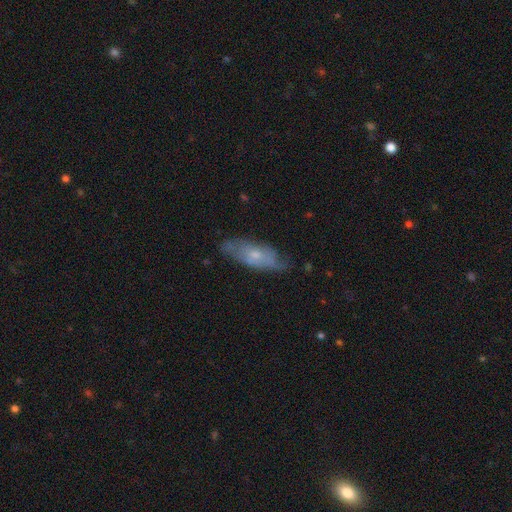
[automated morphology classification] type=smooth (48%); merging=none (66%).